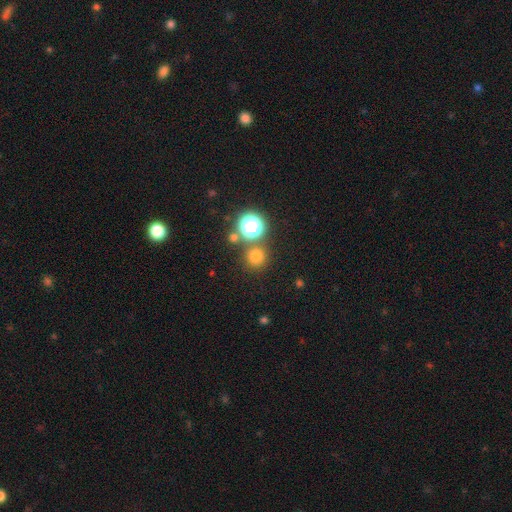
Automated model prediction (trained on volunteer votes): A smooth galaxy with no disk features (72%) that is round (93%).

Vote fractions:
- Smooth or featured? smooth: 72% / star or artifact: 22% / featured or disk: 6%
- How rounded? round: 93% / in between: 6% / cigar-shaped: 1%
- Merging? none: 80% / merger: 9% / minor disturbance: 7% / major disturbance: 3%